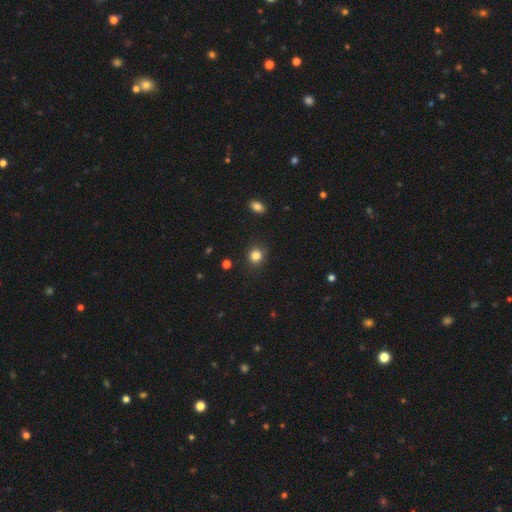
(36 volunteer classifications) Smooth or featured? 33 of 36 (92%) said smooth. How rounded? 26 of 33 (79%) said round. Merging? 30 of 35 (86%) said none.